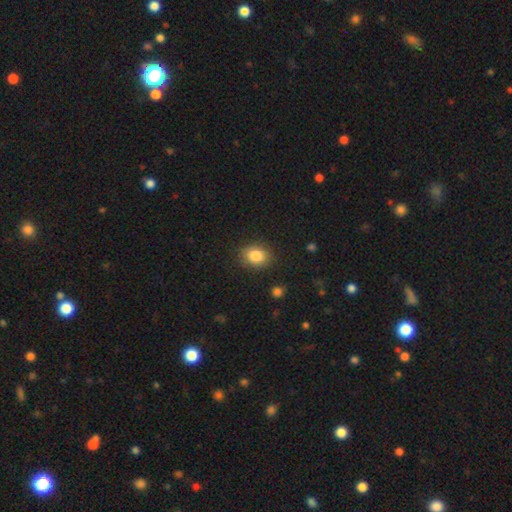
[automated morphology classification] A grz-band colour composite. It shows a smooth galaxy with no disk features (85%) that is round (51%). Merging: none (87%).